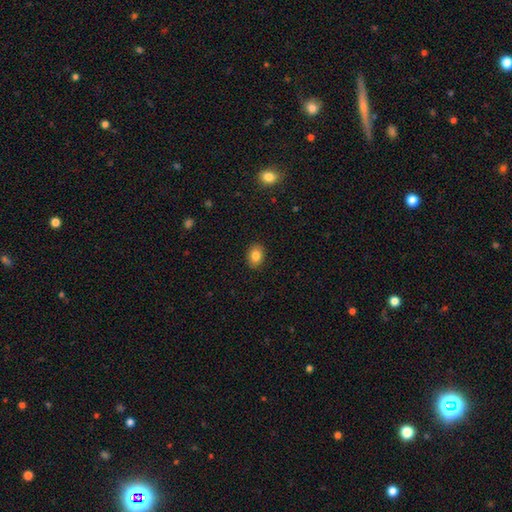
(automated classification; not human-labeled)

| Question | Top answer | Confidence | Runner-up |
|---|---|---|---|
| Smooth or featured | smooth | 84% | star or artifact (9%) |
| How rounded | in between | 67% | round (32%) |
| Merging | none | 89% | minor disturbance (8%) |